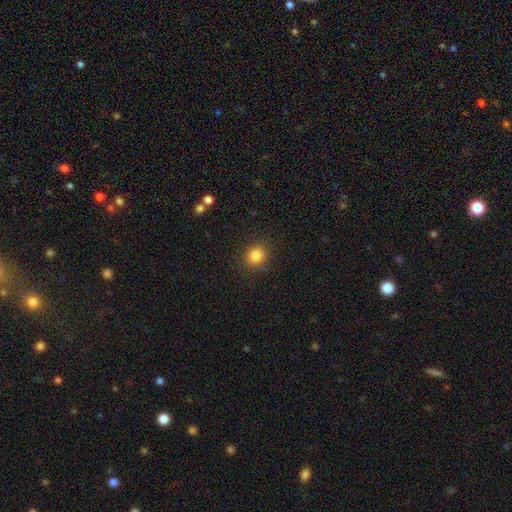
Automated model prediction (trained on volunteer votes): This is clearly a smooth galaxy (84%). How rounded: clearly round (81%). Merging: clearly none (89%).